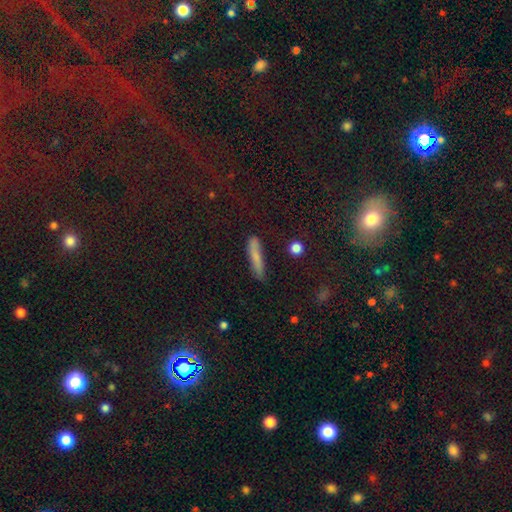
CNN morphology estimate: This is likely a smooth galaxy (73%). How rounded: clearly cigar-shaped (88%). Merging: likely none (78%).